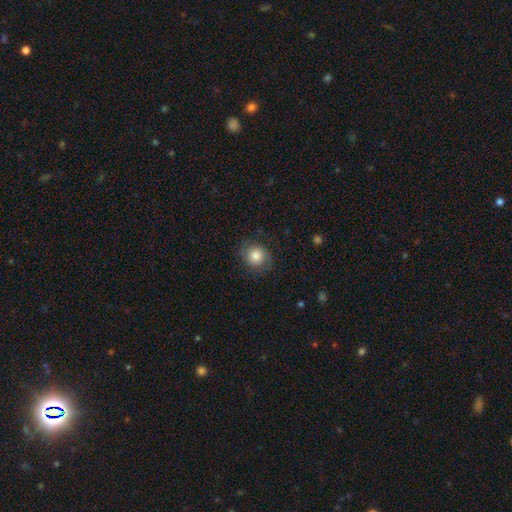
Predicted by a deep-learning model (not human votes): Morphology: type=smooth (83%); roundness=round (87%); merging=none (81%).